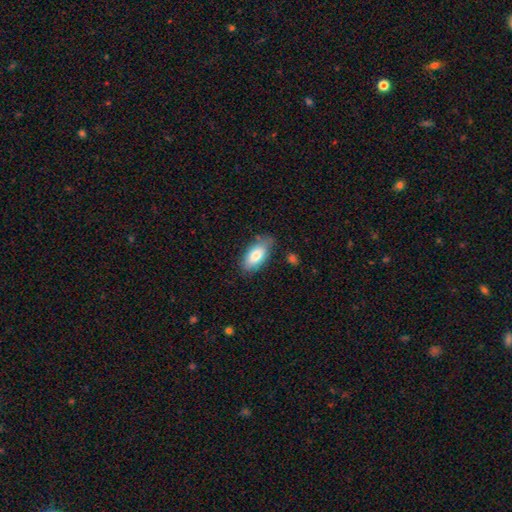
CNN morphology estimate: This appears to be a smooth galaxy with no disk features (80%) that is in between round and cigar-shaped (90%). Merging: none (76%).